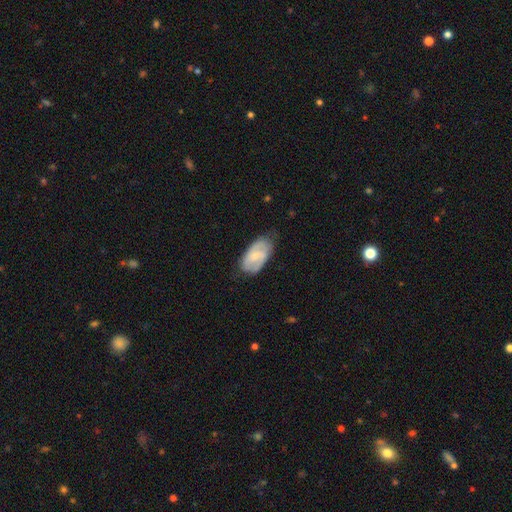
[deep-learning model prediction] Smooth or featured?
  - featured or disk: 48% *
  - smooth: 46%
  - star or artifact: 6%
Merging?
  - none: 63% *
  - minor disturbance: 29%
  - major disturbance: 7%
  - merger: 1%